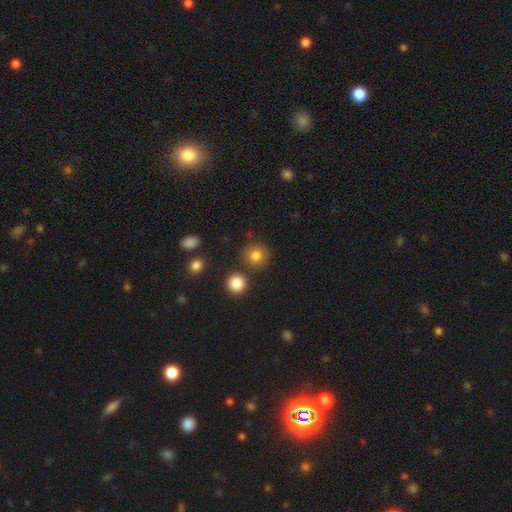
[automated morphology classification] The model was most divided on "smooth or featured": smooth: 82%, star or artifact: 12%, featured or disk: 6%. More confident: how rounded — round (91%); merging — none (81%).